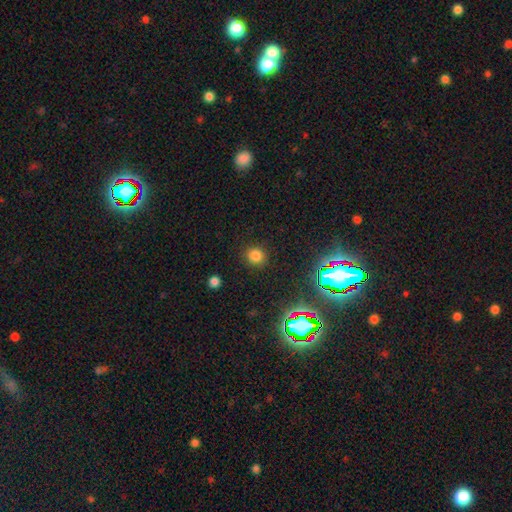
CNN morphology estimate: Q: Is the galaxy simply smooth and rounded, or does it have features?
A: smooth — 76%.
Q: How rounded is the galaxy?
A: round — 90%.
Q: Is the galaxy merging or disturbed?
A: none — 89%.